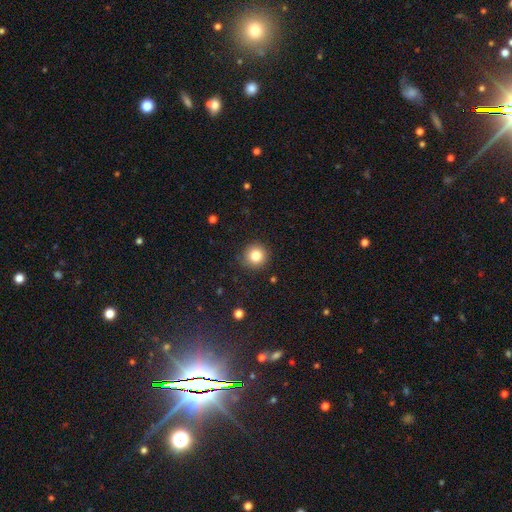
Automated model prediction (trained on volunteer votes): The model was most divided on "smooth or featured": smooth: 83%, star or artifact: 11%, featured or disk: 6%. More confident: how rounded — round (95%); merging — none (90%).